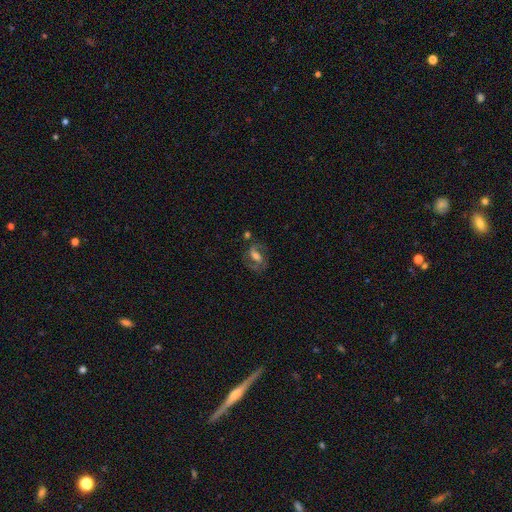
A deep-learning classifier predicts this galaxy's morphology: A featured or disk galaxy (63%) with a weak bar (42%), spiral arms (84%) and a moderate central bulge (44%). Merging: none (59%).